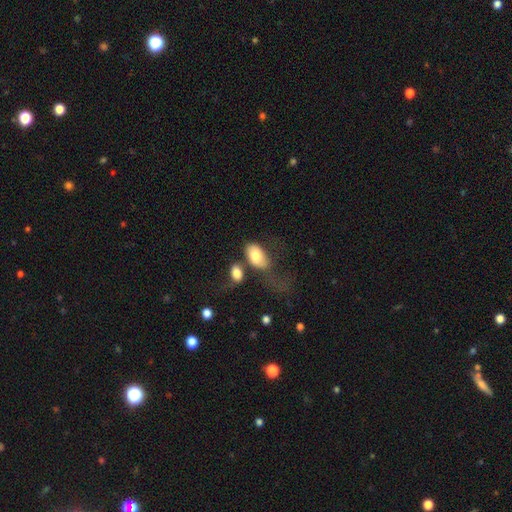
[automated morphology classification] This appears to be a smooth galaxy with no disk features (78%) that is in between round and cigar-shaped (92%). Merging: merger (32%).